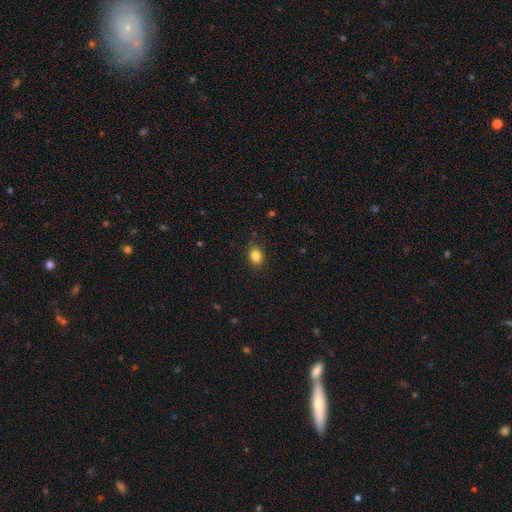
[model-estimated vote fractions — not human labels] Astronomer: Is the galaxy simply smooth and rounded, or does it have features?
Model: smooth — 84%.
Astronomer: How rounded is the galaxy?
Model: in between — 65%.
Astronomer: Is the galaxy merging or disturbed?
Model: none — 87%.